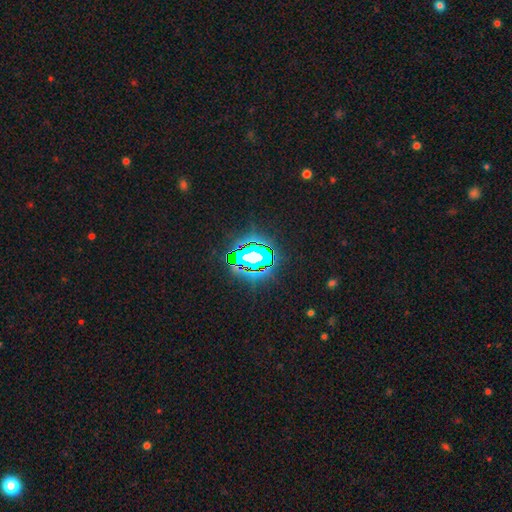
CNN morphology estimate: smooth-or-featured: star or artifact: 68% | smooth: 18% | featured or disk: 14%